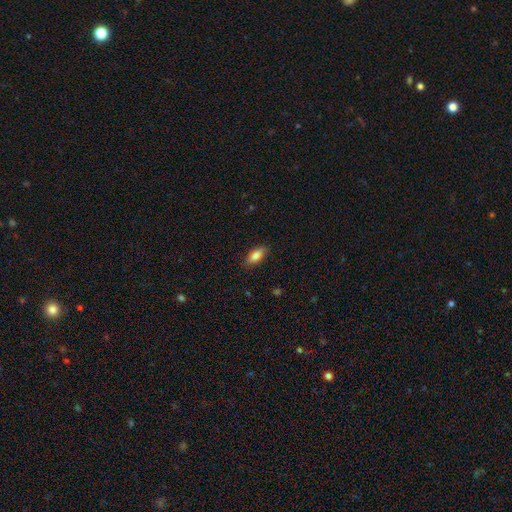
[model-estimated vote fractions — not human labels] A smooth galaxy with no disk features (83%) that is in between round and cigar-shaped (80%).

Vote fractions:
- Smooth or featured? smooth: 83% / featured or disk: 10% / star or artifact: 7%
- How rounded? in between: 80% / cigar-shaped: 17% / round: 3%
- Merging? none: 86% / minor disturbance: 10% / major disturbance: 2% / merger: 1%